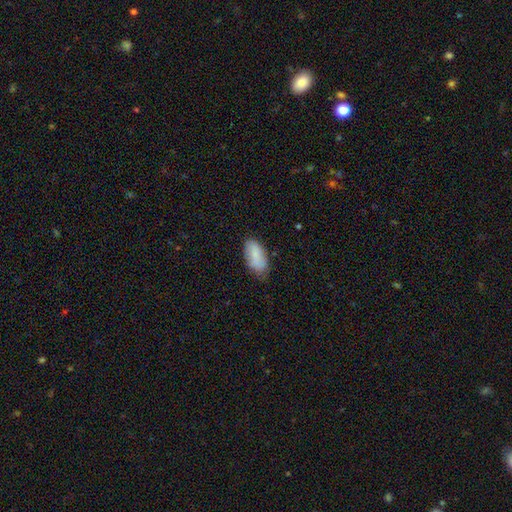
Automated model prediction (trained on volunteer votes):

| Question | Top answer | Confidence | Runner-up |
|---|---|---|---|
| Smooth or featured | smooth | 81% | featured or disk (12%) |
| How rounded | in between | 93% | cigar-shaped (5%) |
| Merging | none | 69% | minor disturbance (25%) |